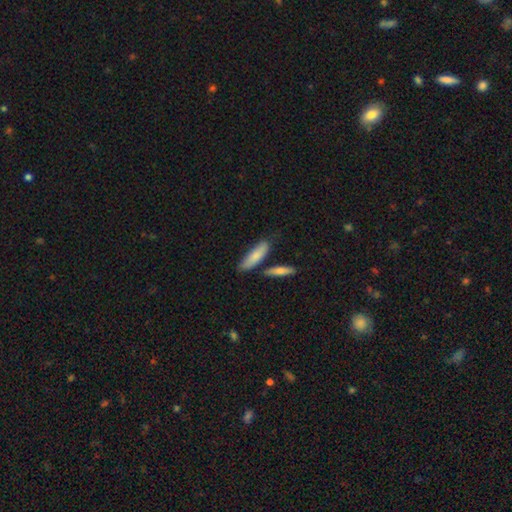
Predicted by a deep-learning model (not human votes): smooth_or_featured: smooth (p=0.81) [alt: featured or disk p=0.14]
how_rounded: cigar-shaped (p=0.54) [alt: in between p=0.44]
merging: none (p=0.71) [alt: minor disturbance p=0.16]